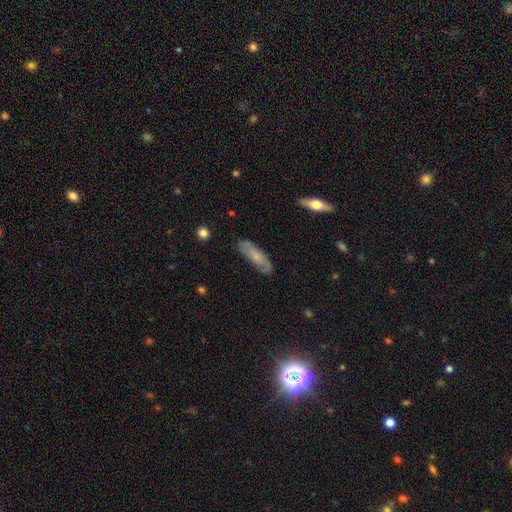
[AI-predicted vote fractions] This is possibly a smooth galaxy (51%). How rounded: possibly in between (60%). Merging: likely none (78%).